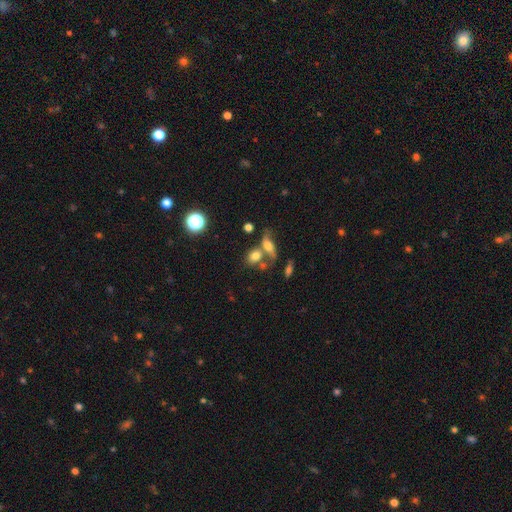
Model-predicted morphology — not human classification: The model was most divided on "merging": merger: 42%, none: 39%, minor disturbance: 11%, major disturbance: 7%. More confident: smooth or featured — smooth (70%); how rounded — in between (55%).